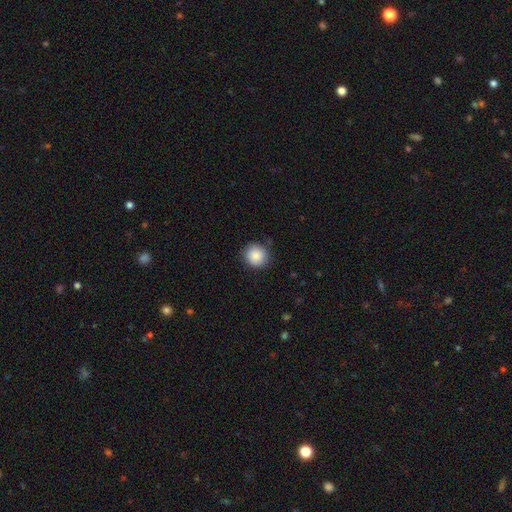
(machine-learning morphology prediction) A smooth galaxy with no disk features (88%) that is round (90%).

Vote fractions:
- Smooth or featured? smooth: 88% / star or artifact: 8% / featured or disk: 4%
- How rounded? round: 90% / in between: 9% / cigar-shaped: 1%
- Merging? none: 87% / minor disturbance: 10% / major disturbance: 2% / merger: 1%